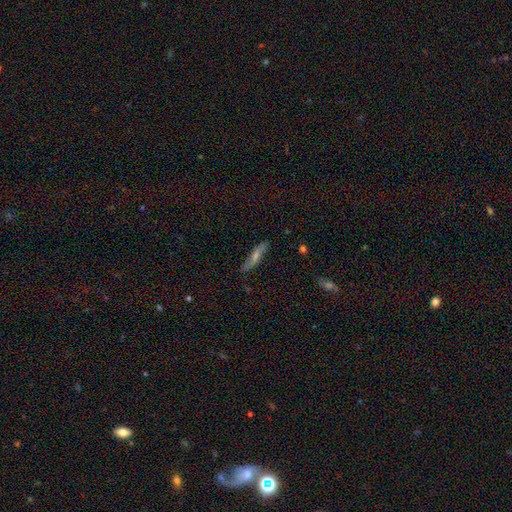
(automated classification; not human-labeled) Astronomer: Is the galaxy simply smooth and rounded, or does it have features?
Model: featured or disk — 54% (runner-up: smooth, 35%).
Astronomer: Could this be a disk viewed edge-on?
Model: yes — 68%.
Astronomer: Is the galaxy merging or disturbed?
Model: none — 82%.